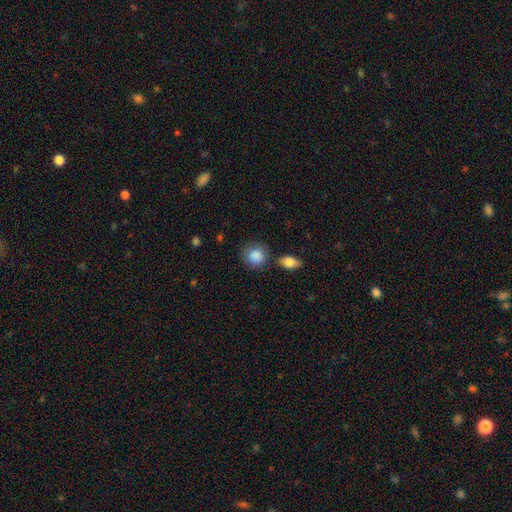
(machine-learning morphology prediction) This is clearly a smooth galaxy (89%). How rounded: clearly round (81%). Merging: likely none (75%).